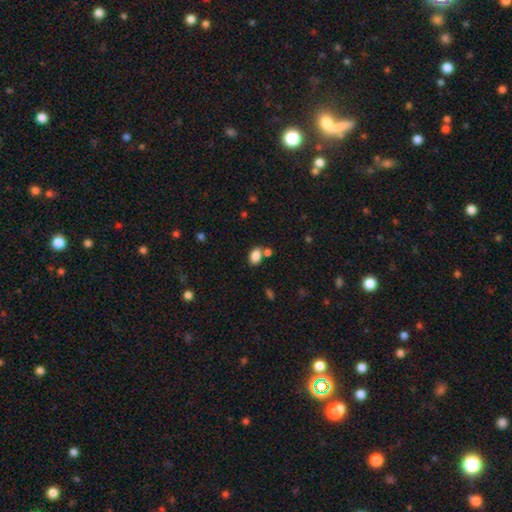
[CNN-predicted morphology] A smooth galaxy with no disk features (85%) that is in between round and cigar-shaped (81%). Merging: none (60%).